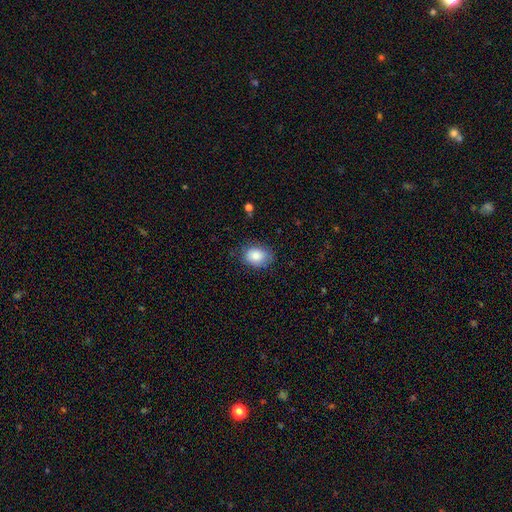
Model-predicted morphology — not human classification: Q: Smooth or featured?
A: smooth (84%); runner-up: featured or disk (8%)
Q: How rounded?
A: in between (72%); runner-up: round (27%)
Q: Merging?
A: none (77%); runner-up: minor disturbance (17%)